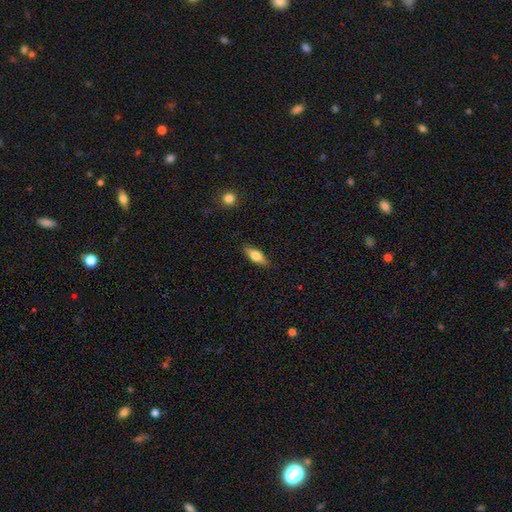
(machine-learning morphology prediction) Q: Smooth or featured?
A: smooth (69%); runner-up: featured or disk (24%)
Q: How rounded?
A: in between (70%); runner-up: cigar-shaped (27%)
Q: Merging?
A: none (85%); runner-up: minor disturbance (11%)